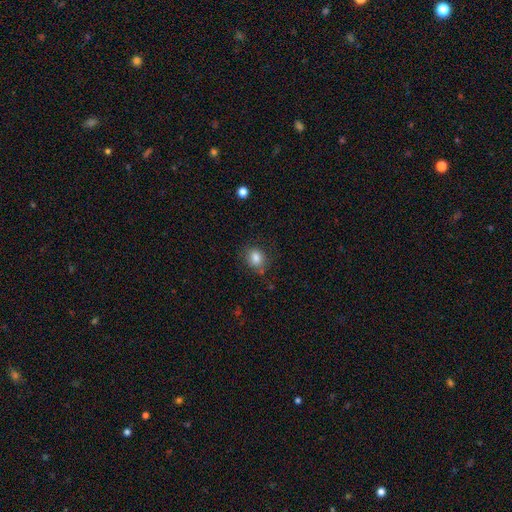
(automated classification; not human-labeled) This appears to be a smooth galaxy with no disk features (80%) that is round (55%). Merging: none (79%).